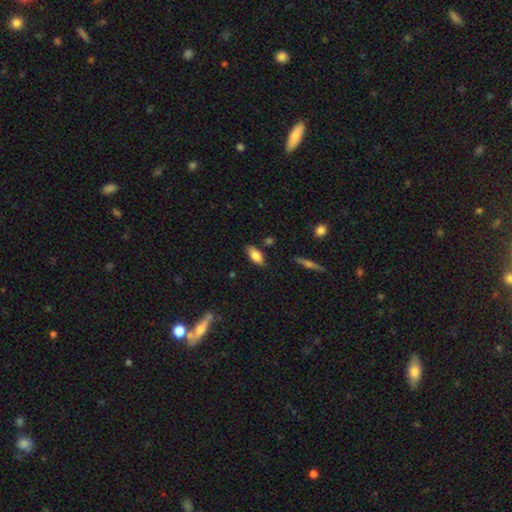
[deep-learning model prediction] Smooth or featured?
  - smooth: 80% *
  - featured or disk: 12%
  - star or artifact: 7%
How rounded?
  - in between: 88% *
  - cigar-shaped: 10%
  - round: 3%
Merging?
  - none: 81% *
  - minor disturbance: 14%
  - major disturbance: 2%
  - merger: 2%